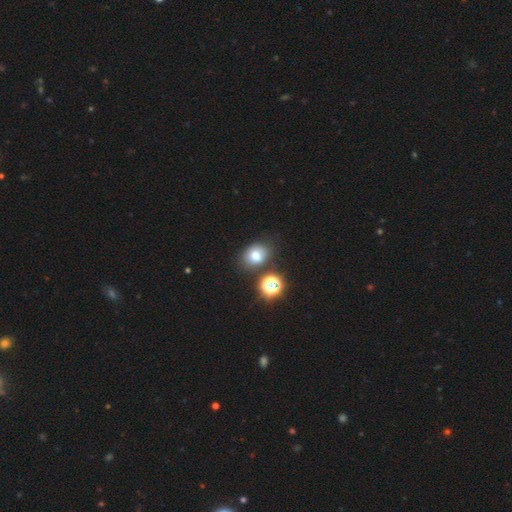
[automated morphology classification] The model was most divided on "how rounded": in between: 54%, round: 45%, cigar-shaped: 1%. More confident: smooth or featured — smooth (74%); merging — none (72%).